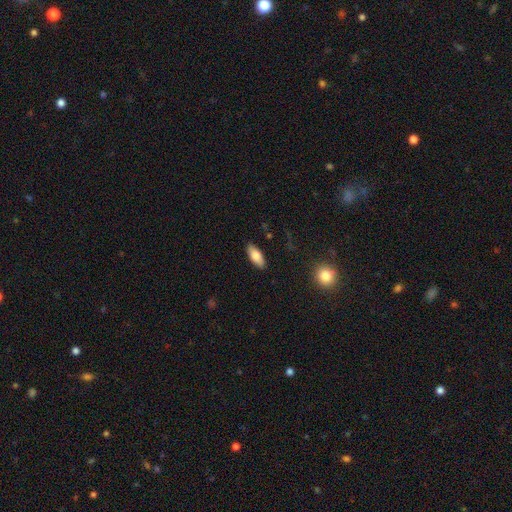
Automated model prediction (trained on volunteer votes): Morphology: type=smooth (80%); roundness=in between (83%); merging=none (88%).